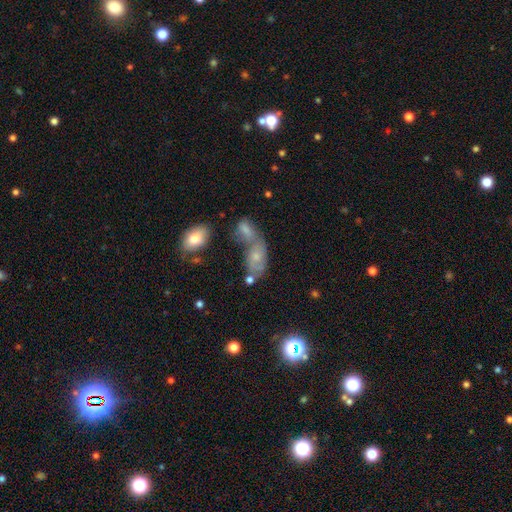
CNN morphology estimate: type=featured or disk (40%); merging=merger (42%).